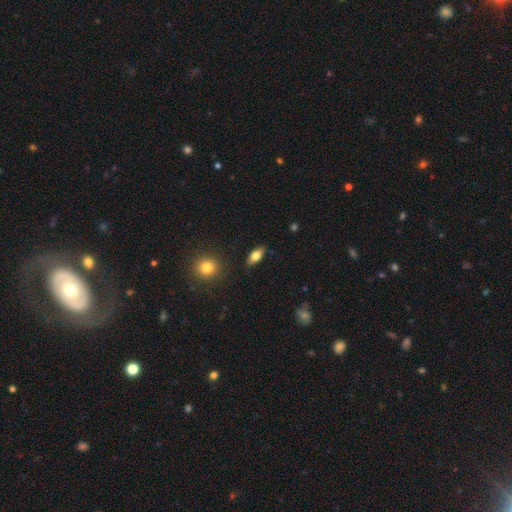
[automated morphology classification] This is likely a smooth galaxy (74%). How rounded: clearly in between (84%). Merging: clearly none (84%).